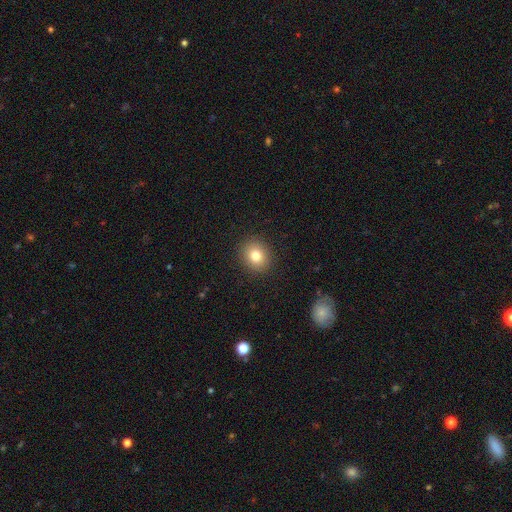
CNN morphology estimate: A smooth galaxy with no disk features (81%) that is round (74%).

Vote fractions:
- Smooth or featured? smooth: 81% / star or artifact: 11% / featured or disk: 9%
- How rounded? round: 74% / in between: 25% / cigar-shaped: 1%
- Merging? none: 91% / minor disturbance: 6% / major disturbance: 2% / merger: 1%